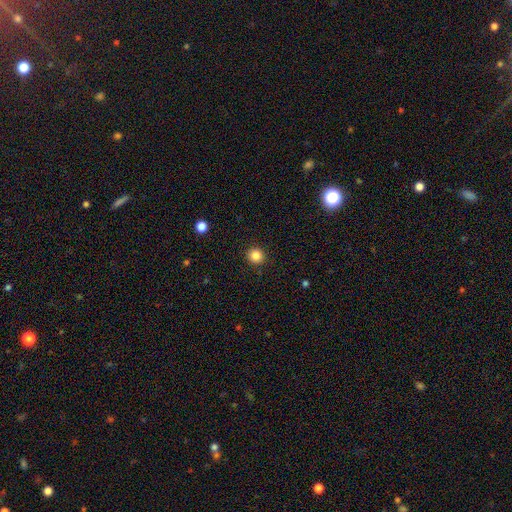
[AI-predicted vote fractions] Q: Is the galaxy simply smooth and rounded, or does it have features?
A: smooth — 85%.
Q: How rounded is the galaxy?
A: round — 93%.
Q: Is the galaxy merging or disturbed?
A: none — 92%.